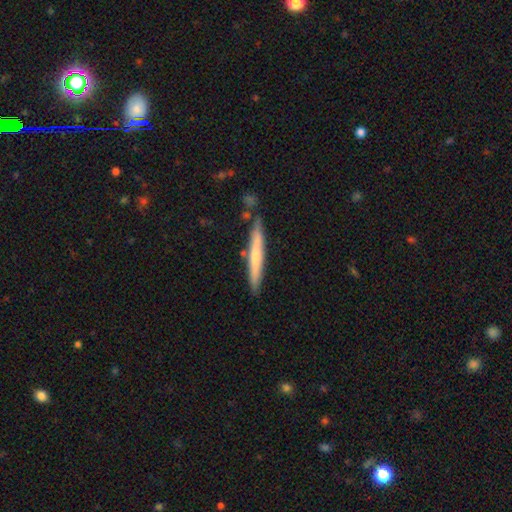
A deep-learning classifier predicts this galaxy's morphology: Smooth or featured?
  - smooth: 53% *
  - featured or disk: 42%
  - star or artifact: 5%
How rounded?
  - cigar-shaped: 95% *
  - in between: 4%
  - round: 1%
Merging?
  - none: 81% *
  - minor disturbance: 12%
  - merger: 5%
  - major disturbance: 2%